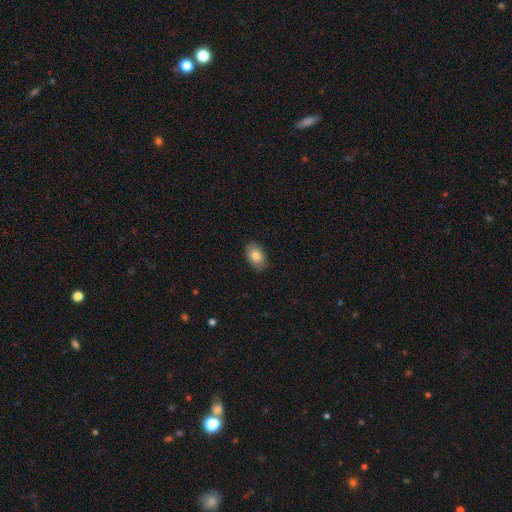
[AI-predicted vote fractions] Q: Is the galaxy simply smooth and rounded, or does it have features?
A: smooth — 81%.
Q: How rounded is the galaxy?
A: in between — 88%.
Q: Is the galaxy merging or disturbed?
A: none — 88%.